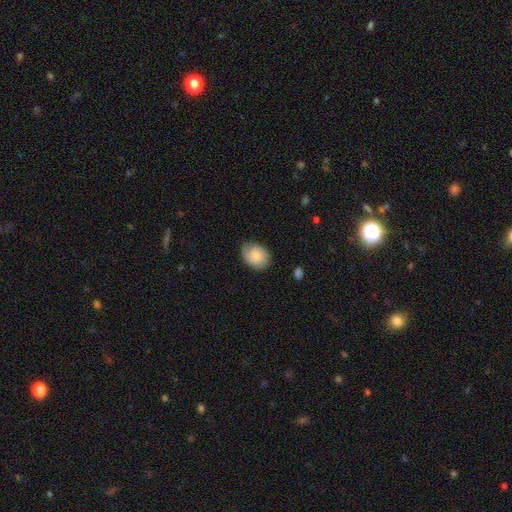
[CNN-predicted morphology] Smooth or featured? smooth (73%)
How rounded? in between (64%)
Merging? none (70%)